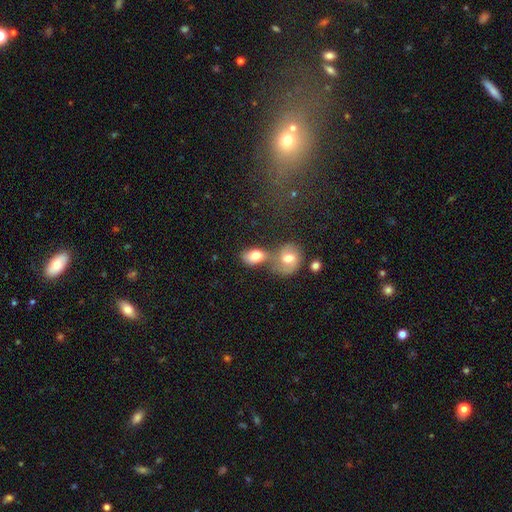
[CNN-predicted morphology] smooth_or_featured: smooth (p=0.75) [alt: featured or disk p=0.17]
how_rounded: in between (p=0.75) [alt: round p=0.23]
merging: merger (p=0.52) [alt: none p=0.30]